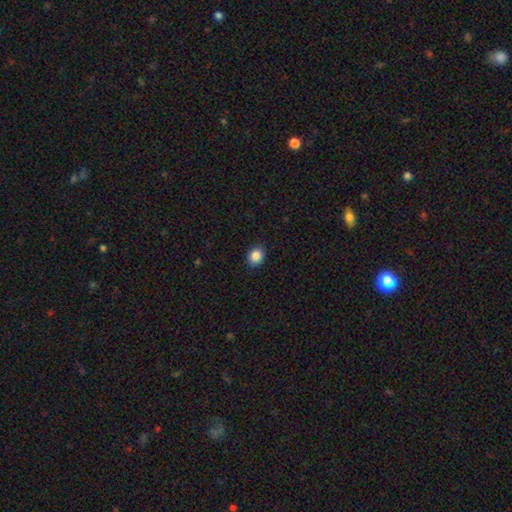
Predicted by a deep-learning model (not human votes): Q: Smooth or featured?
A: smooth (87%); runner-up: star or artifact (10%)
Q: How rounded?
A: round (65%); runner-up: in between (34%)
Q: Merging?
A: none (90%); runner-up: minor disturbance (7%)